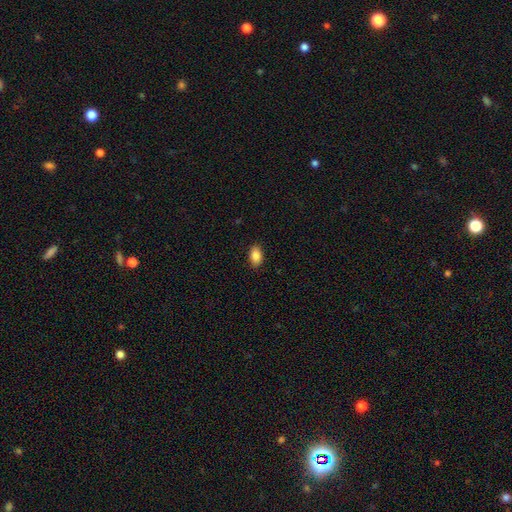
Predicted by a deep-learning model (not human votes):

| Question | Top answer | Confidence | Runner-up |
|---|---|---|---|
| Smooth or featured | smooth | 87% | star or artifact (8%) |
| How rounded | in between | 90% | round (8%) |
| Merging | none | 88% | minor disturbance (9%) |